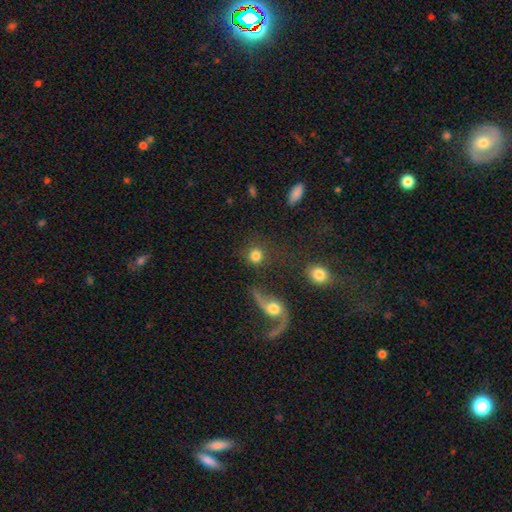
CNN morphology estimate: The model was most divided on "merging": none: 66%, merger: 14%, minor disturbance: 11%, major disturbance: 9%. More confident: how rounded — round (88%); smooth or featured — smooth (81%).